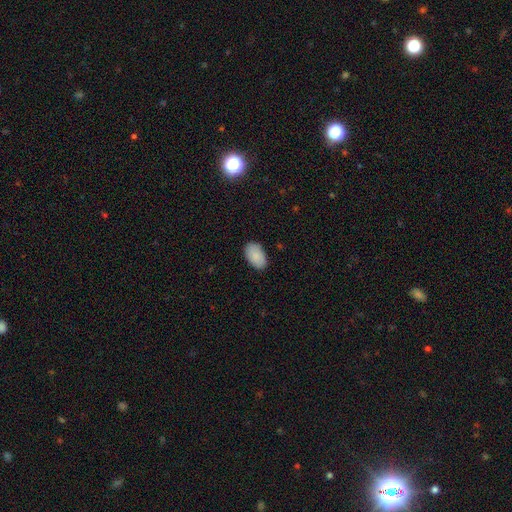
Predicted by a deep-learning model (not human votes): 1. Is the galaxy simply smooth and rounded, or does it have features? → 89% smooth, 6% star or artifact, 4% featured or disk.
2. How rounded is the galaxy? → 94% in between, 5% round, 1% cigar-shaped.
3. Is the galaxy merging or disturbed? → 86% none, 11% minor disturbance, 2% major disturbance, 1% merger.